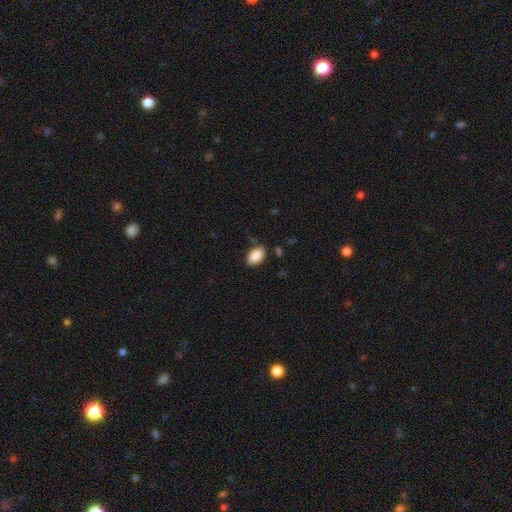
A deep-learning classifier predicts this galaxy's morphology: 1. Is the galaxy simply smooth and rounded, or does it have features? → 89% smooth, 7% star or artifact, 4% featured or disk.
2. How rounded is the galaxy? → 93% in between, 6% round, 1% cigar-shaped.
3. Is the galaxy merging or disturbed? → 81% none, 14% minor disturbance, 3% major disturbance, 2% merger.